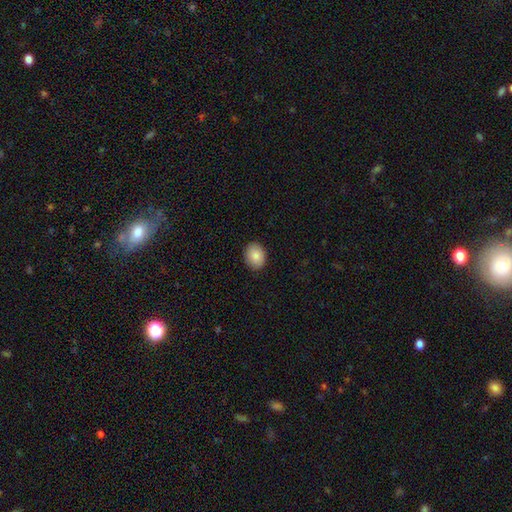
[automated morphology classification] Smooth or featured: smooth — 86% (star or artifact — 7%)
How rounded: in between — 57% (round — 42%)
Merging: none — 89% (minor disturbance — 8%)